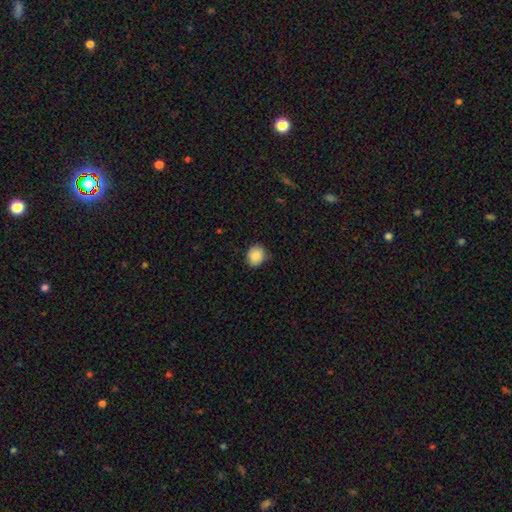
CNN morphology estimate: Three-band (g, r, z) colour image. It shows a smooth galaxy with no disk features (88%) that is round (73%). Merging: none (83%).